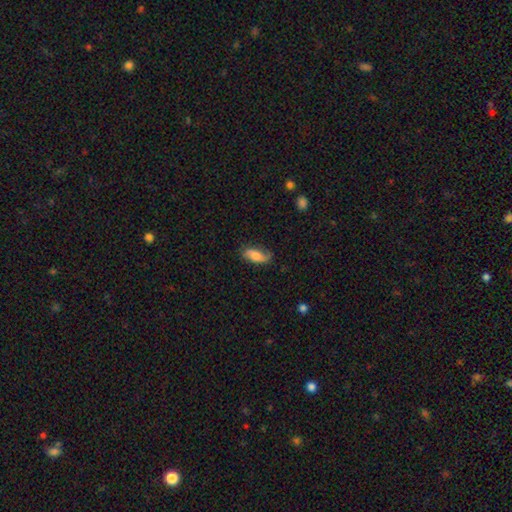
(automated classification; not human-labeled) A smooth galaxy with no disk features (62%) that is in between round and cigar-shaped (83%). Merging: none (68%).